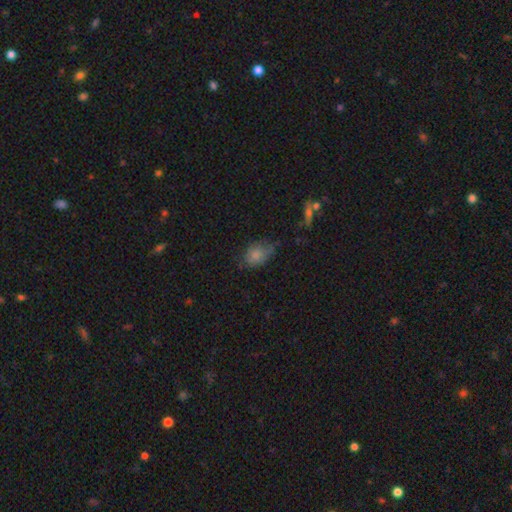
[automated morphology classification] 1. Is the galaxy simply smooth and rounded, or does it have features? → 74% smooth, 14% featured or disk, 12% star or artifact.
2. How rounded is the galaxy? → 75% in between, 23% round, 2% cigar-shaped.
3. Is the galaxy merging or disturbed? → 51% none, 34% minor disturbance, 11% major disturbance, 3% merger.